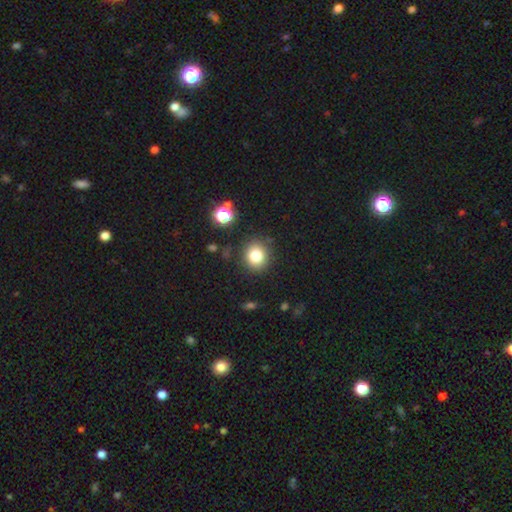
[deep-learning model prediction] smooth-or-featured: smooth: 80% | star or artifact: 13% | featured or disk: 7%
  how-rounded: round: 77% | in between: 22% | cigar-shaped: 1%
  merging: none: 86% | minor disturbance: 9% | major disturbance: 3% | merger: 3%